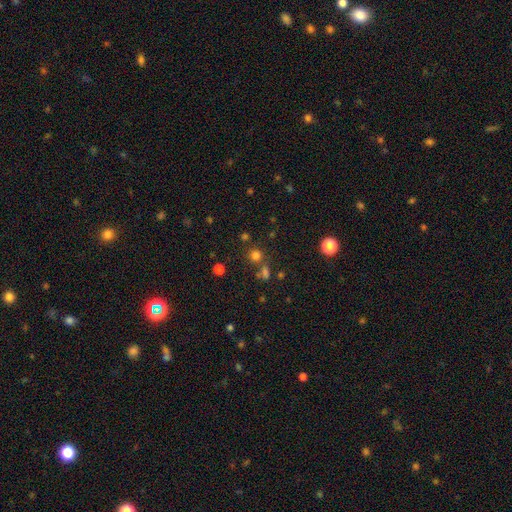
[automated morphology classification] smooth_or_featured: smooth (p=0.72) [alt: star or artifact p=0.23]
how_rounded: round (p=0.89) [alt: in between p=0.10]
merging: none (p=0.73) [alt: merger p=0.15]